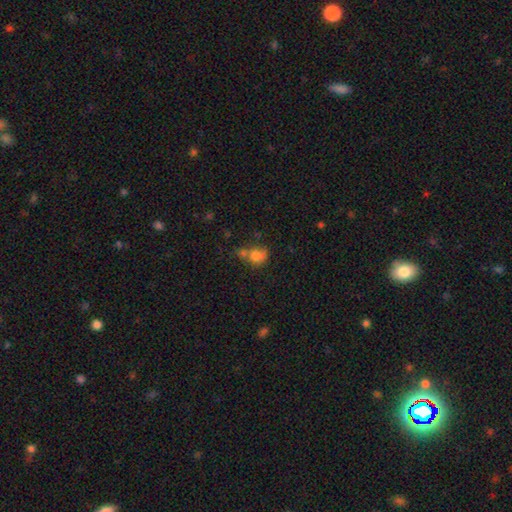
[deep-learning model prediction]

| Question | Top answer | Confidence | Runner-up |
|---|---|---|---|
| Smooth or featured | smooth | 70% | featured or disk (17%) |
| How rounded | round | 57% | in between (41%) |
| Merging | merger | 41% | none (30%) |